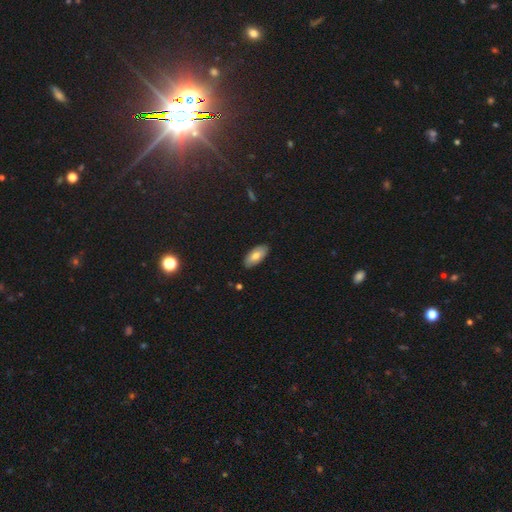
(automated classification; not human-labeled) smooth-or-featured: smooth: 73% | featured or disk: 20% | star or artifact: 7%
  how-rounded: in between: 91% | cigar-shaped: 7% | round: 2%
  merging: none: 87% | minor disturbance: 10% | major disturbance: 2% | merger: 1%